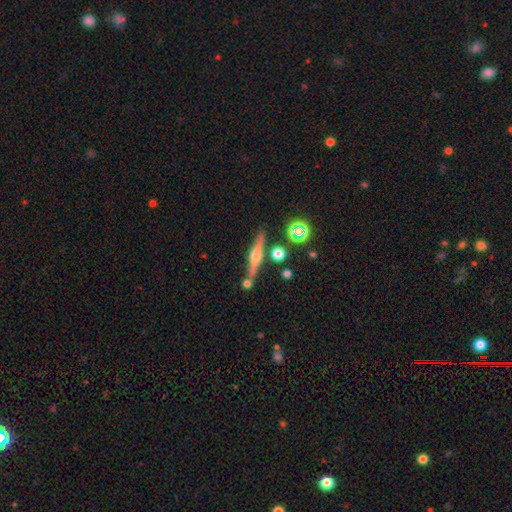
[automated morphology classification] smooth_or_featured: featured or disk (p=0.72) [alt: smooth p=0.19]
disk_edge_on: yes (p=0.97) [alt: no p=0.03]
edge_on_bulge: rounded (p=0.90) [alt: boxy p=0.07]
merging: none (p=0.80) [alt: minor disturbance p=0.09]